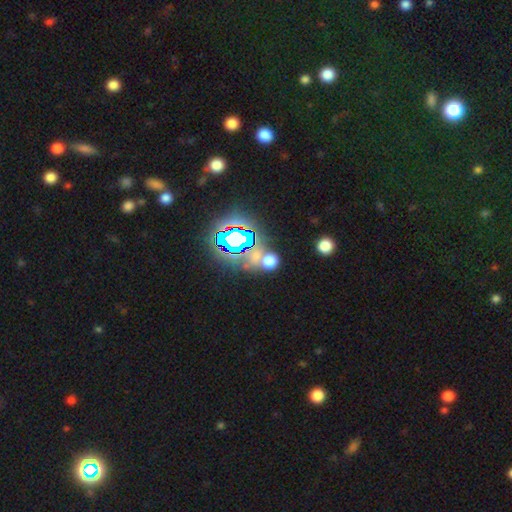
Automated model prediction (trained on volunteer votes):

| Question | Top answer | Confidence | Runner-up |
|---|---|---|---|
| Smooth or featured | star or artifact | 58% | smooth (32%) |